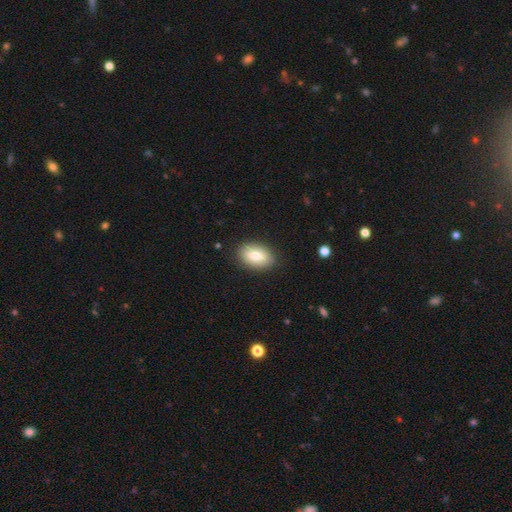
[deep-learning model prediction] Morphology: type=smooth (77%); roundness=in between (89%); merging=none (86%).